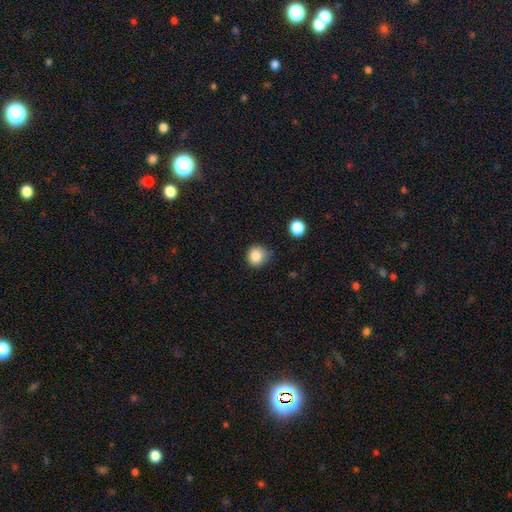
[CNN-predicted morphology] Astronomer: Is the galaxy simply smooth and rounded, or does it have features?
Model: smooth — 84%.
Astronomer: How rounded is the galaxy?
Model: round — 88%.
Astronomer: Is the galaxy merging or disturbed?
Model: none — 69%.